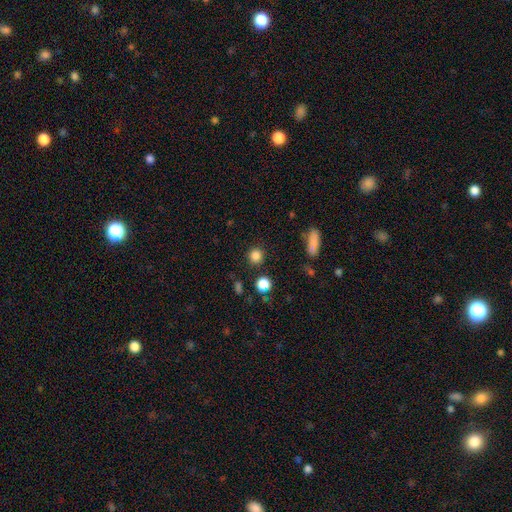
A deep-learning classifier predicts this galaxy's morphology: Smooth or featured? smooth (84%)
How rounded? round (90%)
Merging? none (89%)